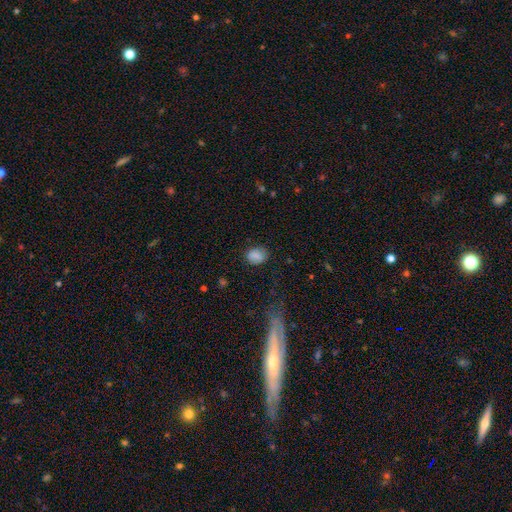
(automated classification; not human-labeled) Morphology: type=smooth (83%); roundness=in between (55%); merging=none (80%).